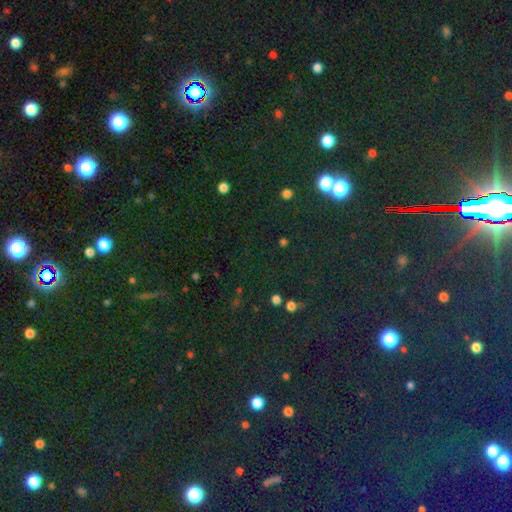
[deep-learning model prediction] Smooth or featured?
  - star or artifact: 81% *
  - smooth: 12%
  - featured or disk: 7%